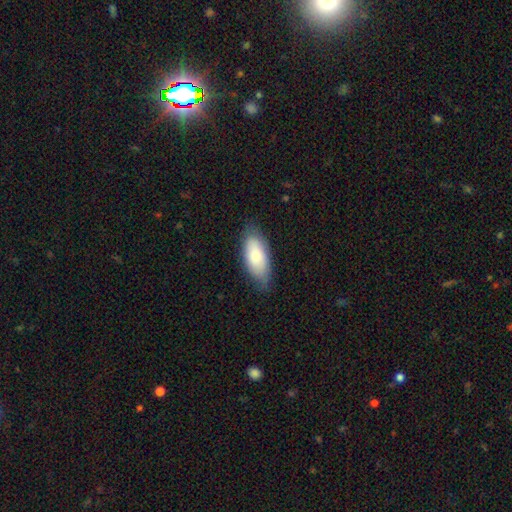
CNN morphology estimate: Overall: smooth (83%). How rounded: in between (88%). Merging: none (74%).